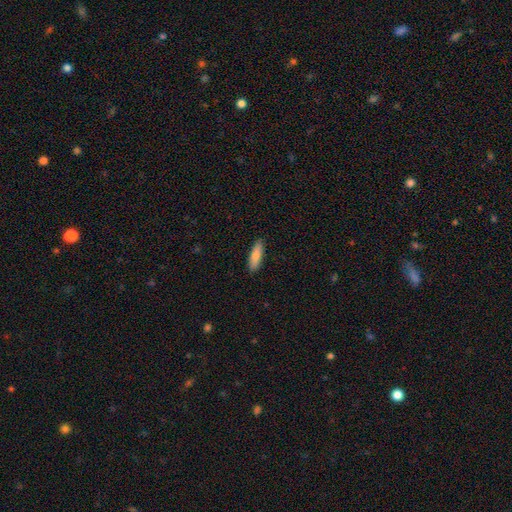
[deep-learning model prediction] Smooth or featured: smooth — 82% (featured or disk — 12%)
How rounded: cigar-shaped — 58% (in between — 40%)
Merging: none — 89% (minor disturbance — 8%)